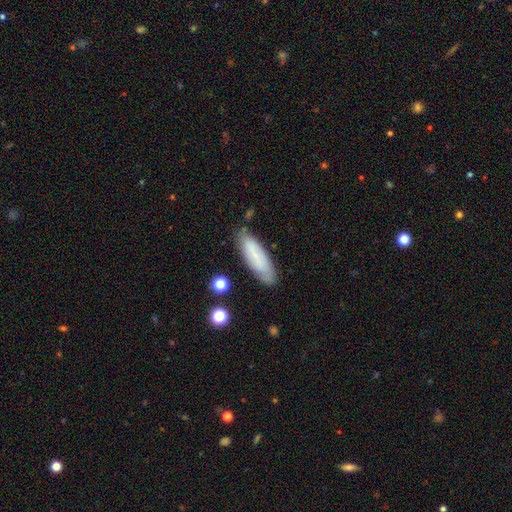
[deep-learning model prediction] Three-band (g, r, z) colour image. It shows a smooth galaxy with no disk features (66%) that is cigar-shaped (54%). Merging: none (77%).